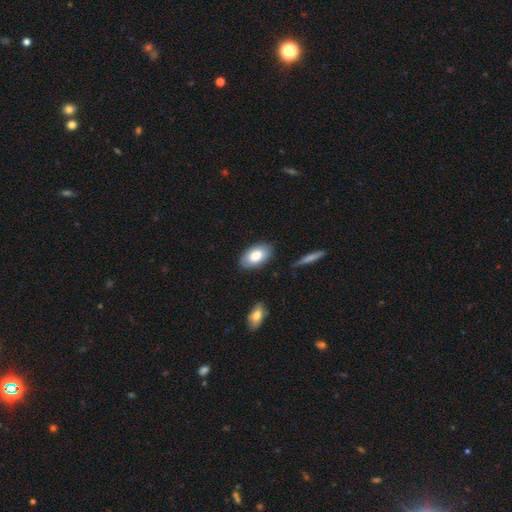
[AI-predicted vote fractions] Overall: smooth (81%). How rounded: in between (94%). Merging: none (84%).